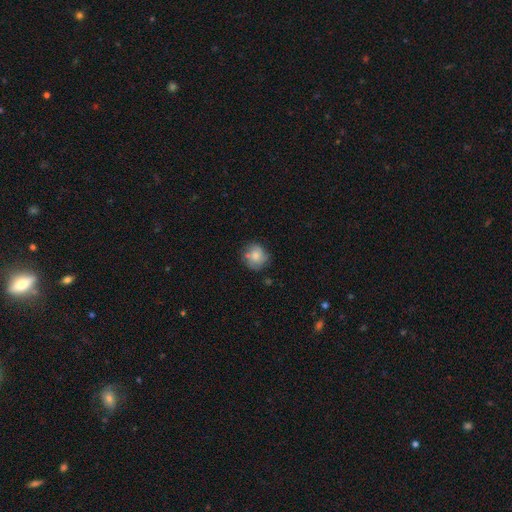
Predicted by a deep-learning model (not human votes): smooth_or_featured: smooth (p=0.66) [alt: featured or disk p=0.25]
how_rounded: round (p=0.84) [alt: in between p=0.15]
merging: none (p=0.69) [alt: minor disturbance p=0.21]